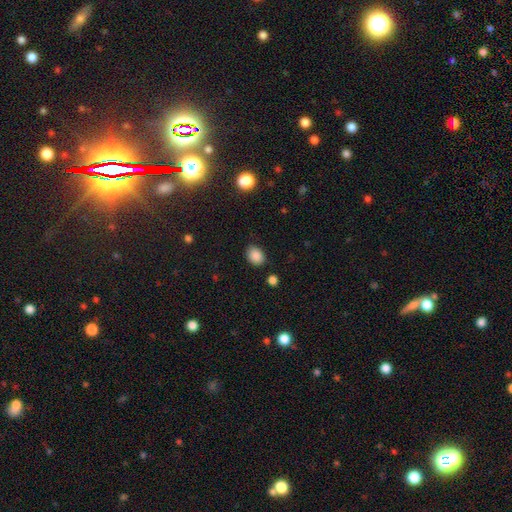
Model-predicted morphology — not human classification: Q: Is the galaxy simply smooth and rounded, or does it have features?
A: smooth — 86%.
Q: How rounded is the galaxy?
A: in between — 68%.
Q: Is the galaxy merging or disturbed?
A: none — 82%.